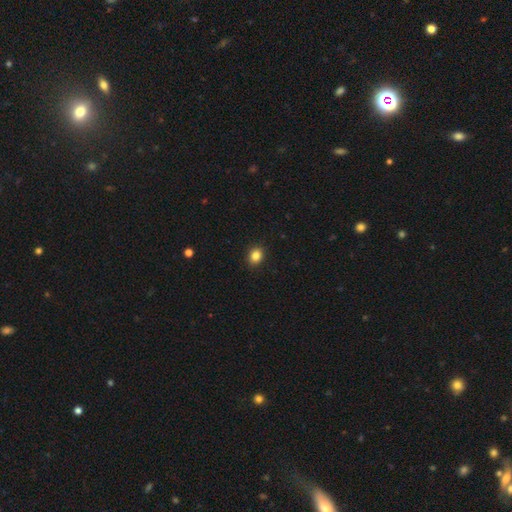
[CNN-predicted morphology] type=smooth (85%); roundness=round (56%); merging=none (90%).